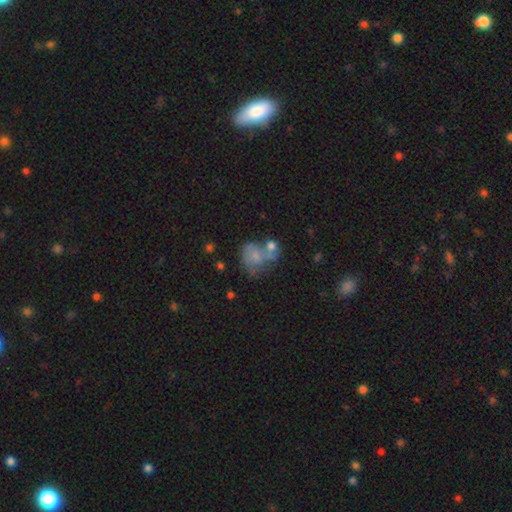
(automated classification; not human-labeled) This is possibly a smooth galaxy (53%). How rounded: possibly in between (54%). Merging: marginally merger (35%).